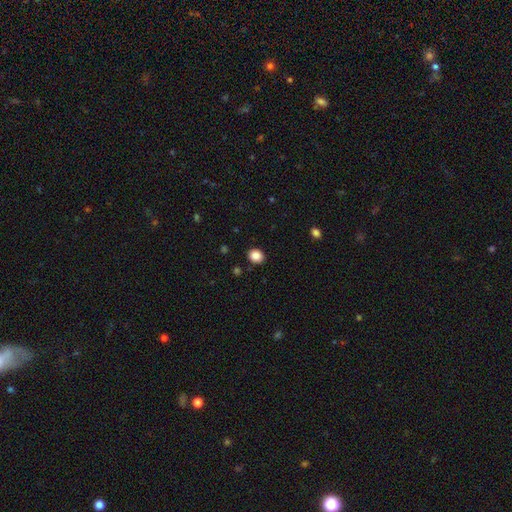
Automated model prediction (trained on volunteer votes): smooth 87%, star or artifact 9%, featured or disk 4%. Down the decision tree: how rounded — round (62%); merging — none (90%).